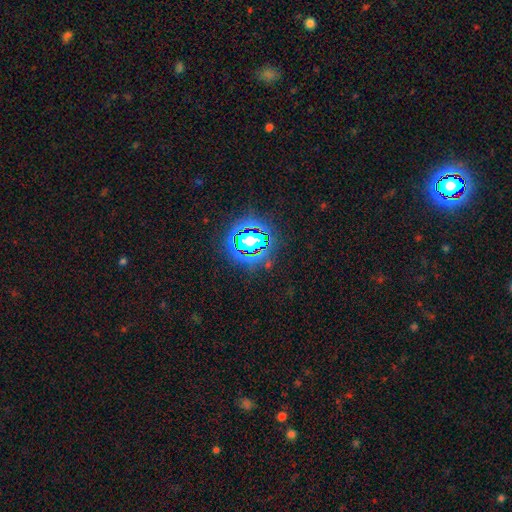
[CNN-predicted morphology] Overall: star or artifact (83%).